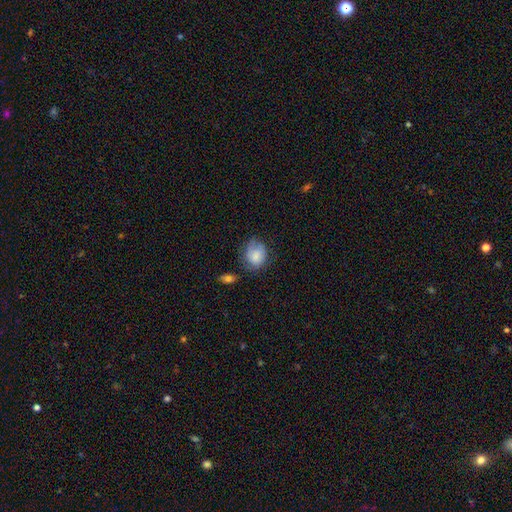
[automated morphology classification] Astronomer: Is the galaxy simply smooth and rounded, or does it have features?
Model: smooth — 76%.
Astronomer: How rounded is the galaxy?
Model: round — 60% (runner-up: in between, 39%).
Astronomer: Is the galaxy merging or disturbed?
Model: none — 51% (runner-up: minor disturbance, 32%).